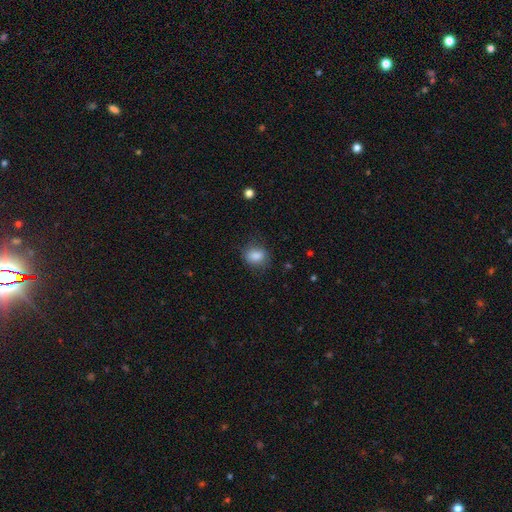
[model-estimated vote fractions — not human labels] Smooth or featured: smooth — 85% (star or artifact — 9%)
How rounded: in between — 62% (round — 37%)
Merging: none — 75% (minor disturbance — 18%)